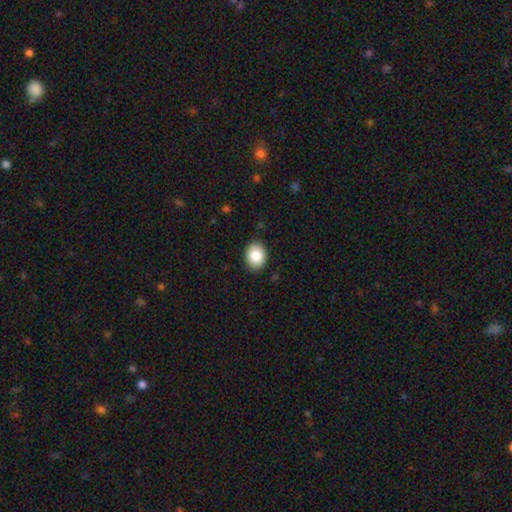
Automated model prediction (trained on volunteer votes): smooth 87%, star or artifact 7%, featured or disk 6%. Down the decision tree: how rounded — in between (60%); merging — none (89%).